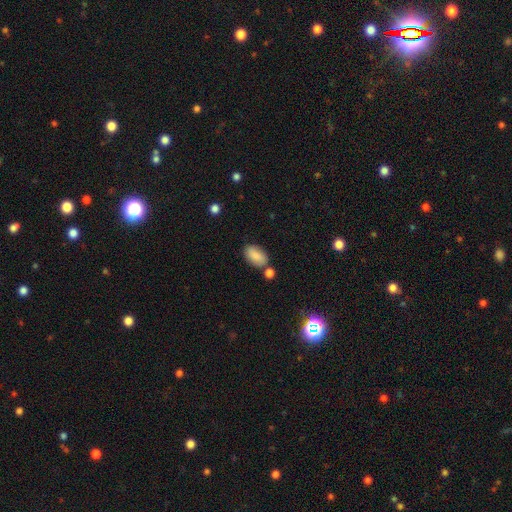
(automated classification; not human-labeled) Q: Smooth or featured?
A: smooth (84%); runner-up: featured or disk (8%)
Q: How rounded?
A: in between (93%); runner-up: round (5%)
Q: Merging?
A: none (71%); runner-up: minor disturbance (14%)